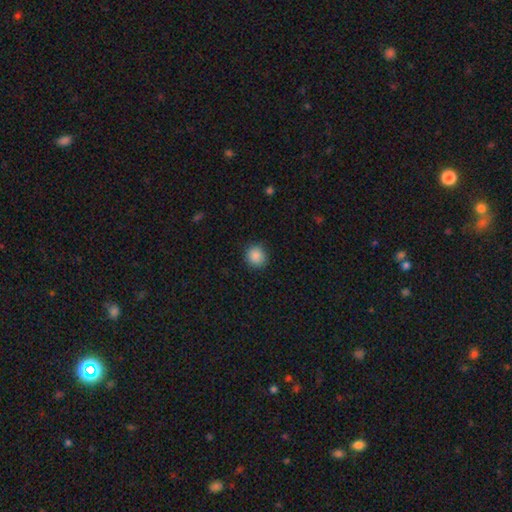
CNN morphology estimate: Smooth or featured? Predicted: smooth (p=0.88). How rounded? Predicted: round (p=0.88). Merging? Predicted: none (p=0.88).